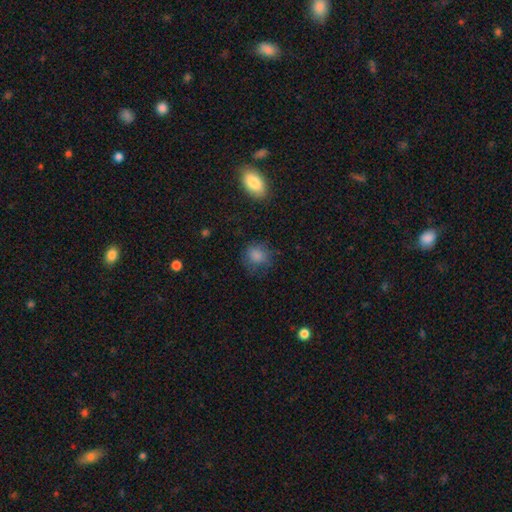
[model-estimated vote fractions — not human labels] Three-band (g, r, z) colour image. It shows a smooth galaxy with no disk features (82%) that is round (71%). Merging: none (72%).